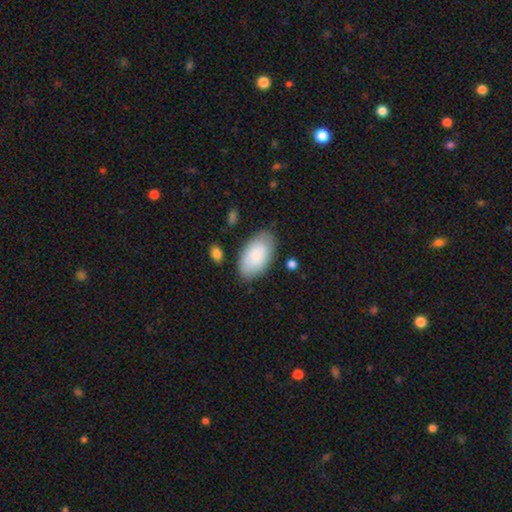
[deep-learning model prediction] Smooth or featured: smooth — 83% (featured or disk — 11%)
How rounded: in between — 95% (round — 3%)
Merging: none — 80% (minor disturbance — 14%)